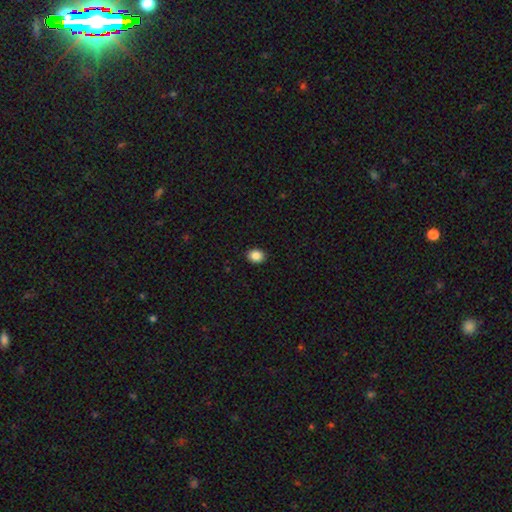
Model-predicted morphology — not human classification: smooth-or-featured: smooth: 87% | star or artifact: 10% | featured or disk: 3%
  how-rounded: round: 56% | in between: 43% | cigar-shaped: 1%
  merging: none: 91% | minor disturbance: 6% | major disturbance: 2% | merger: 1%